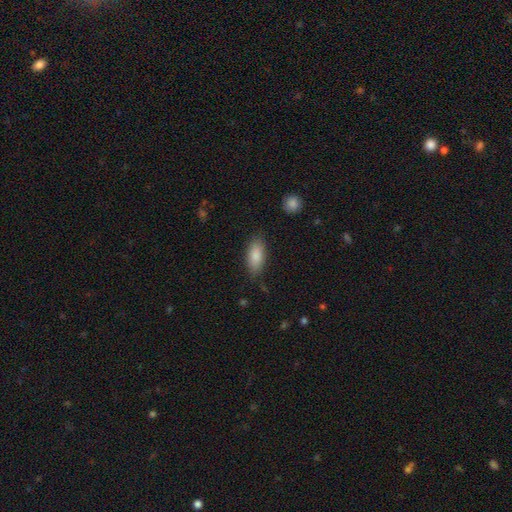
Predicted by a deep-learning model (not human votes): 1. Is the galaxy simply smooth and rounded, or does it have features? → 86% smooth, 8% featured or disk, 6% star or artifact.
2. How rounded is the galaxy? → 85% in between, 13% cigar-shaped, 2% round.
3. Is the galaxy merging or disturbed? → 80% none, 15% minor disturbance, 3% major disturbance, 2% merger.